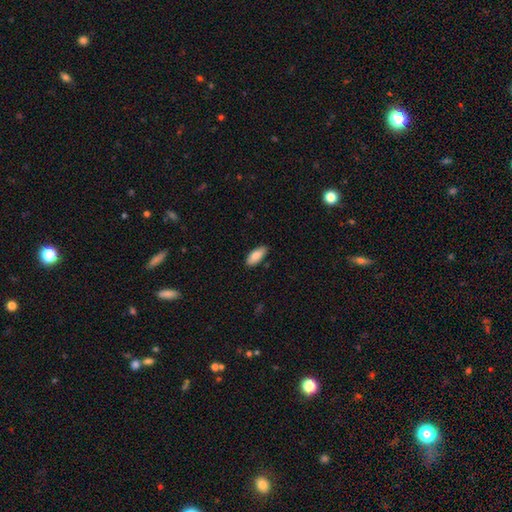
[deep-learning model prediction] This is clearly a smooth galaxy (86%). How rounded: clearly in between (82%). Merging: clearly none (87%).